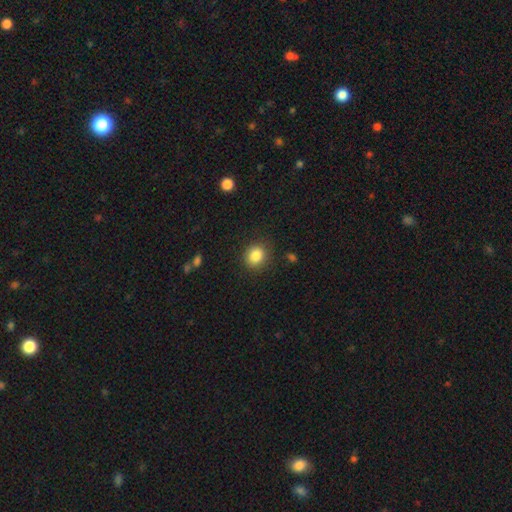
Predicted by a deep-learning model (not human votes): The model was most divided on "how rounded": round: 73%, in between: 26%, cigar-shaped: 1%. More confident: smooth or featured — smooth (86%); merging — none (86%).